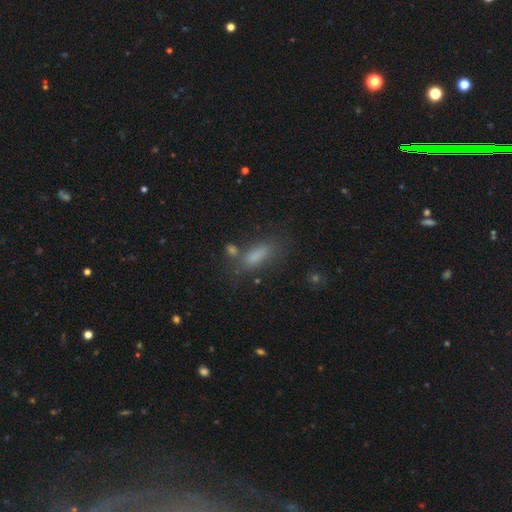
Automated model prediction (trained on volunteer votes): Q: Smooth or featured?
A: smooth (74%); runner-up: star or artifact (14%)
Q: How rounded?
A: in between (61%); runner-up: cigar-shaped (34%)
Q: Merging?
A: none (61%); runner-up: minor disturbance (18%)